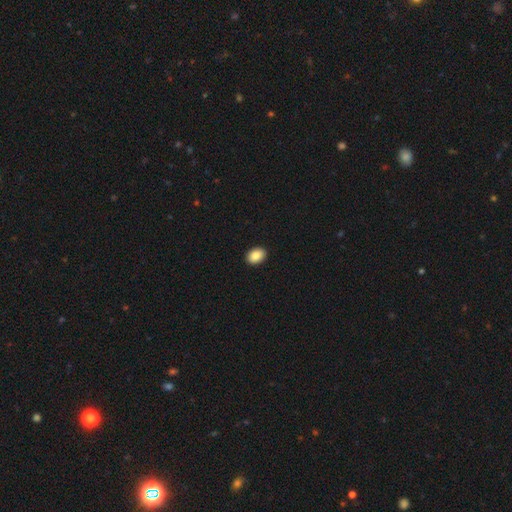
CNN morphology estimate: smooth-or-featured: smooth: 88% | star or artifact: 7% | featured or disk: 5%
  how-rounded: in between: 77% | round: 22% | cigar-shaped: 1%
  merging: none: 92% | minor disturbance: 5% | major disturbance: 1% | merger: 1%